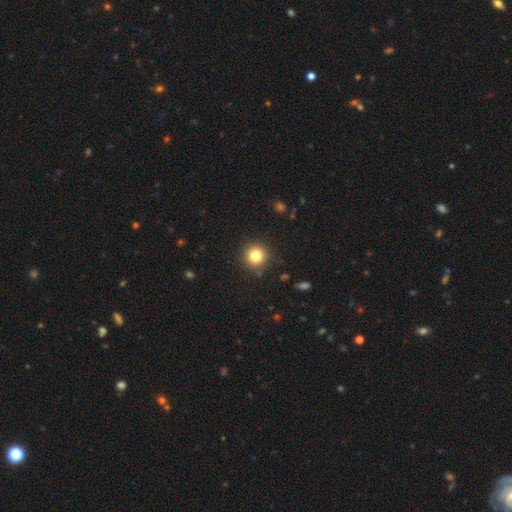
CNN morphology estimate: Smooth or featured: smooth — 81% (star or artifact — 12%)
How rounded: round — 94% (in between — 5%)
Merging: none — 89% (minor disturbance — 7%)